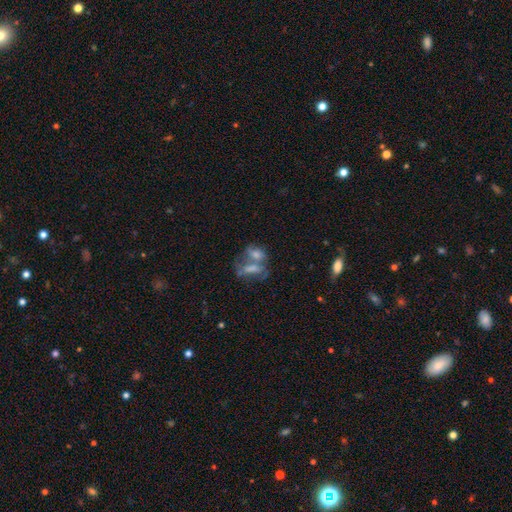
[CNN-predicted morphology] This is marginally a smooth galaxy (42%). Merging: possibly merger (52%).